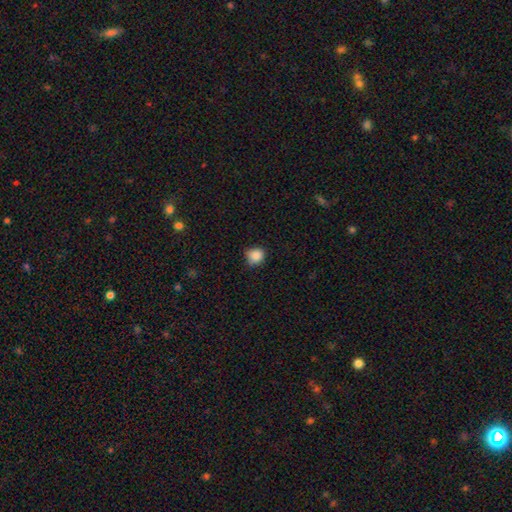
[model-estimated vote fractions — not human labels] Smooth or featured? smooth (87%)
How rounded? round (83%)
Merging? none (71%)